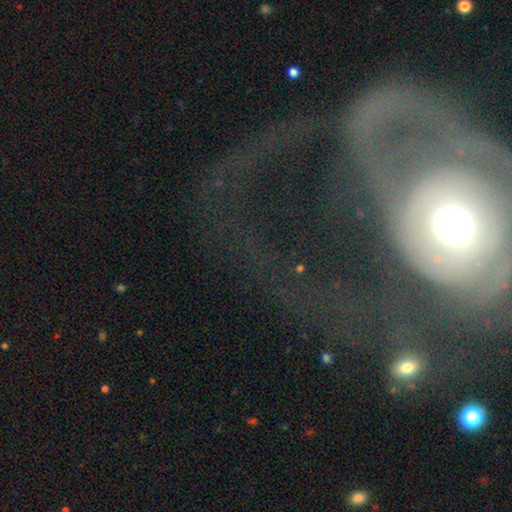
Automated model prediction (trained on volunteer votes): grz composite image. It shows a featured or disk galaxy (53%). Merging: none (45%).